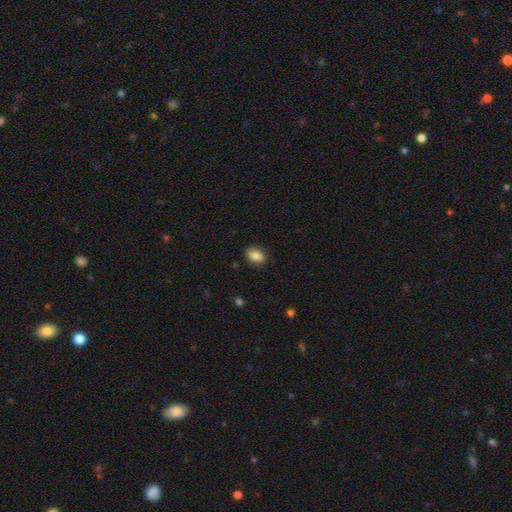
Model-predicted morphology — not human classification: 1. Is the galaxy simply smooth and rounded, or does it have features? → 86% smooth, 8% star or artifact, 6% featured or disk.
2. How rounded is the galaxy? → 82% in between, 16% round, 2% cigar-shaped.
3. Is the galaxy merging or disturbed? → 86% none, 11% minor disturbance, 2% major disturbance, 1% merger.